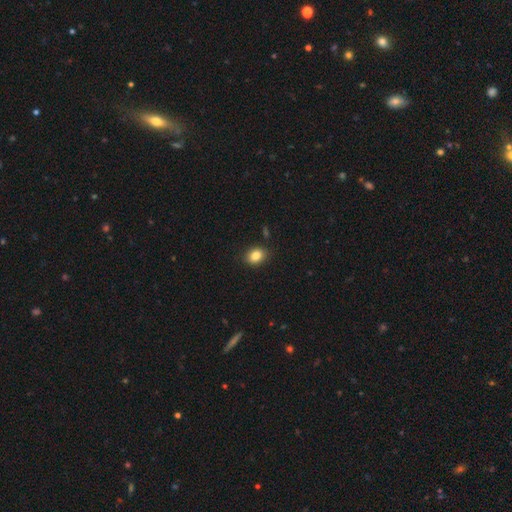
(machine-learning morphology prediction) smooth-or-featured: smooth: 85% | star or artifact: 10% | featured or disk: 6%
  how-rounded: in between: 62% | round: 37% | cigar-shaped: 1%
  merging: none: 86% | minor disturbance: 10% | major disturbance: 2% | merger: 2%